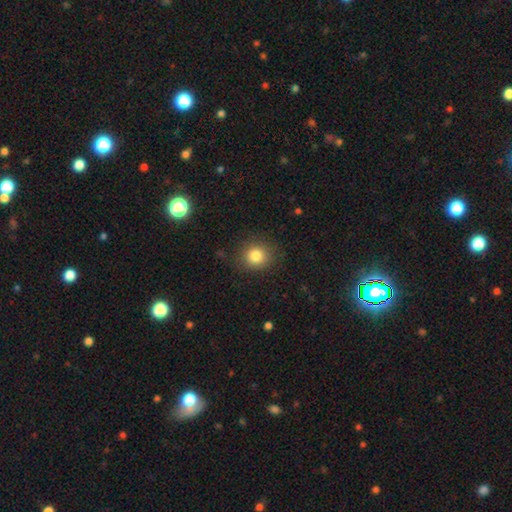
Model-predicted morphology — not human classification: Smooth or featured? smooth (83%)
How rounded? round (83%)
Merging? none (85%)